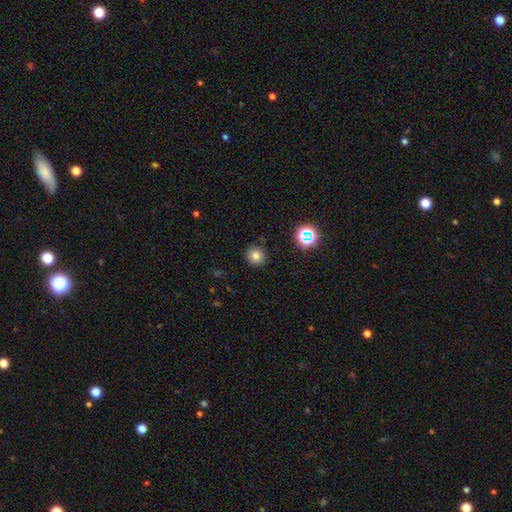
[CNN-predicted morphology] A smooth galaxy with no disk features (77%) that is round (92%). Merging: none (90%).